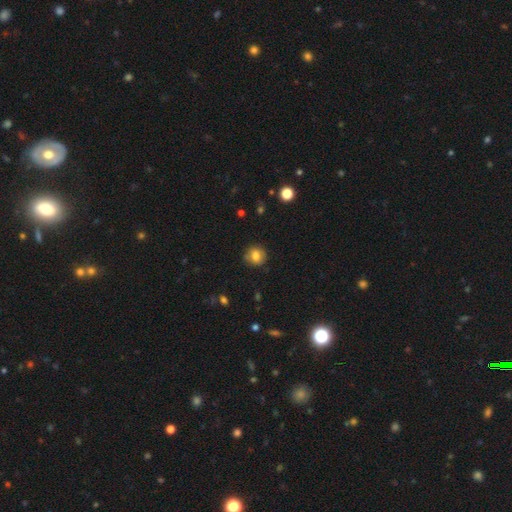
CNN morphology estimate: Smooth or featured?
  - smooth: 79% *
  - featured or disk: 11%
  - star or artifact: 10%
How rounded?
  - round: 82% *
  - in between: 17%
  - cigar-shaped: 1%
Merging?
  - none: 82% *
  - minor disturbance: 13%
  - major disturbance: 3%
  - merger: 2%